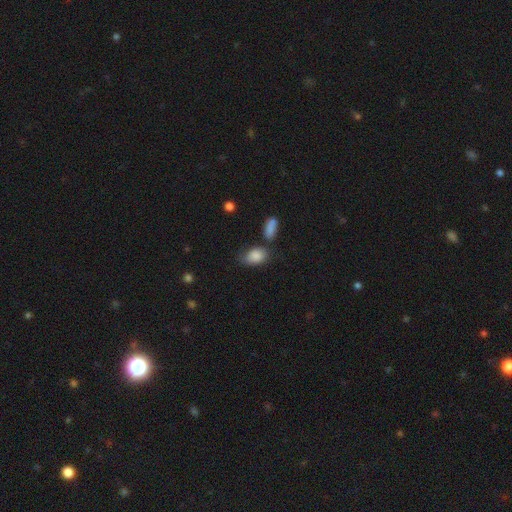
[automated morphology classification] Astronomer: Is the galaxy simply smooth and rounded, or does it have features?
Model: smooth — 85%.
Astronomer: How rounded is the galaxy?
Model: in between — 88%.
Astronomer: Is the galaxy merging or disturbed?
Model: none — 52%.